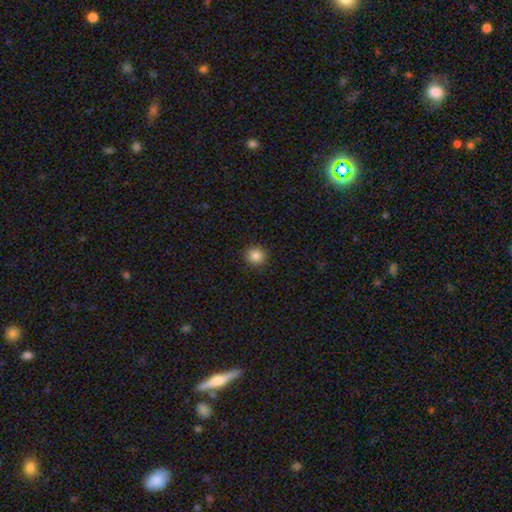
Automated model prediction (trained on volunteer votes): Morphology: type=smooth (85%); roundness=round (92%); merging=none (92%).